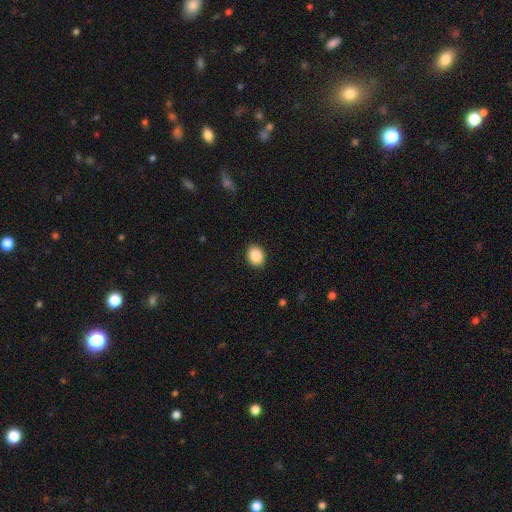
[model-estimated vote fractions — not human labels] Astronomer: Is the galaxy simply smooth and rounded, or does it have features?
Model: smooth — 88%.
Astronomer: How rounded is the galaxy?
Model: in between — 53% (runner-up: round, 46%).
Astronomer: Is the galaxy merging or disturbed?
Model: none — 90%.